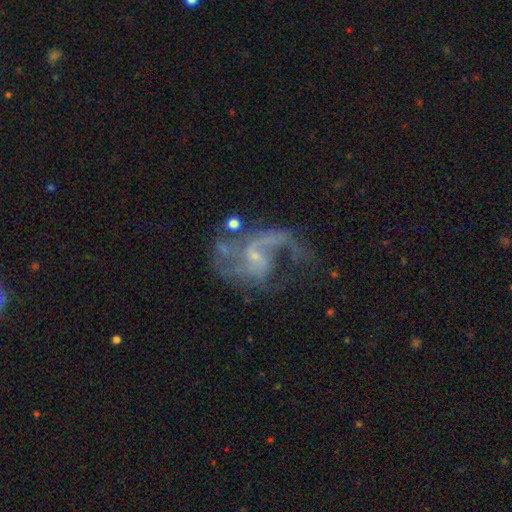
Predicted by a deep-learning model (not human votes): A featured or disk galaxy (85%) with no bar (51%), 2 (54%) loose (58%) spiral arms (90%) and a small central bulge (74%).

Vote fractions:
- Smooth or featured? featured or disk: 85% / star or artifact: 8% / smooth: 7%
- Edge-on disk? no: 98% / yes: 2%
- Bar? no: 51% / weak: 41% / strong: 8%
- Spiral arms? yes: 90% / no: 10%
- Spiral winding? loose: 58% / medium: 34% / tight: 8%
- Spiral arm count? 2: 54% / 1: 21% / can't tell: 12% / 3: 7% / 4: 3% / more than 4: 3%
- Bulge size? small: 74% / none: 12% / moderate: 12% / large: 1% / dominant: 1%
- Merging? none: 39% / major disturbance: 36% / minor disturbance: 18% / merger: 8%